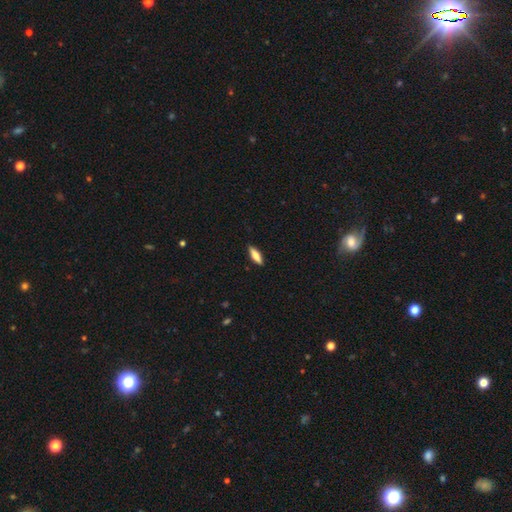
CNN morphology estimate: Overall: smooth (73%). How rounded: cigar-shaped (57%; in between 41%). Merging: none (89%).